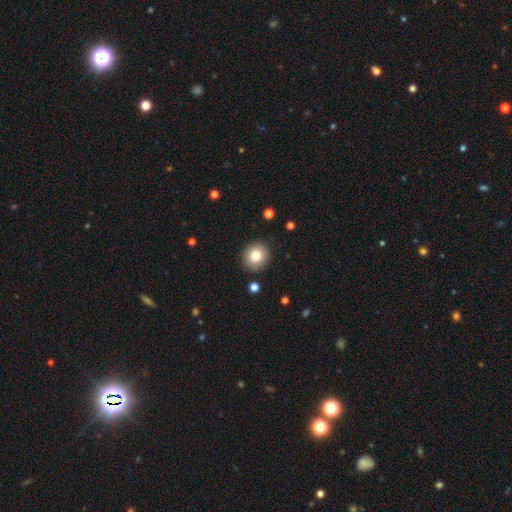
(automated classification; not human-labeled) smooth_or_featured: smooth (p=0.80) [alt: star or artifact p=0.10]
how_rounded: round (p=0.89) [alt: in between p=0.10]
merging: none (p=0.90) [alt: minor disturbance p=0.07]